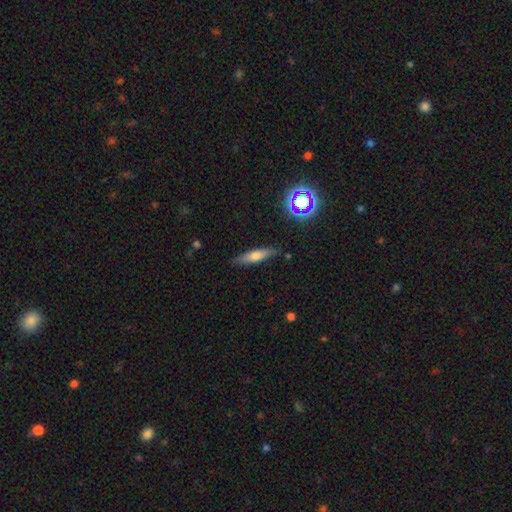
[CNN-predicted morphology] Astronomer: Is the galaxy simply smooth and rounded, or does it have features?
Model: smooth — 56% (runner-up: featured or disk, 35%).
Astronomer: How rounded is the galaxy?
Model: cigar-shaped — 75%.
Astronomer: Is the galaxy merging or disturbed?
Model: none — 83%.